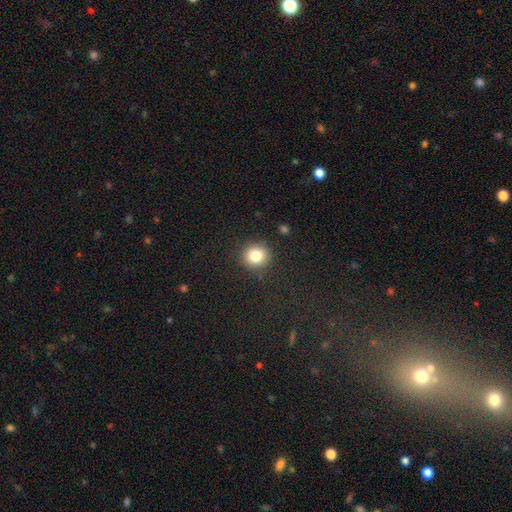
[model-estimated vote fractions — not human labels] Morphology: type=smooth (81%); roundness=round (90%); merging=none (89%).